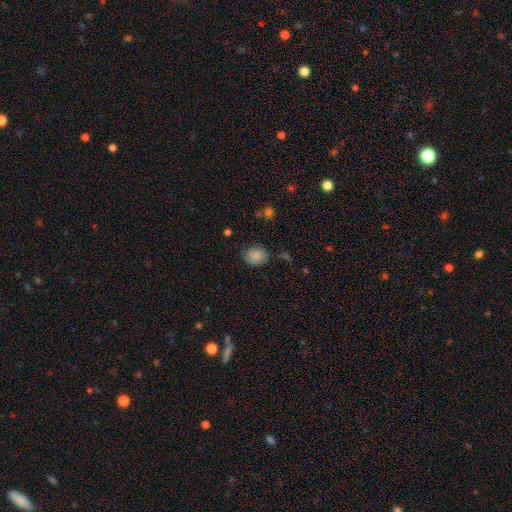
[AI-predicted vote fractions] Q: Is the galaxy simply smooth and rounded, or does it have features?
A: smooth — 84%.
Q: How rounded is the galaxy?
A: round — 57%.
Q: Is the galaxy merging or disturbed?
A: none — 74%.